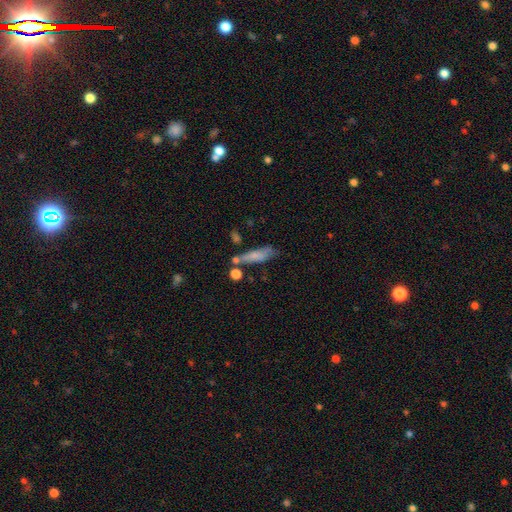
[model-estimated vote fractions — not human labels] Smooth or featured?
  - smooth: 70% *
  - featured or disk: 21%
  - star or artifact: 9%
How rounded?
  - cigar-shaped: 60% *
  - in between: 37%
  - round: 3%
Merging?
  - none: 50% *
  - minor disturbance: 24%
  - merger: 15%
  - major disturbance: 11%